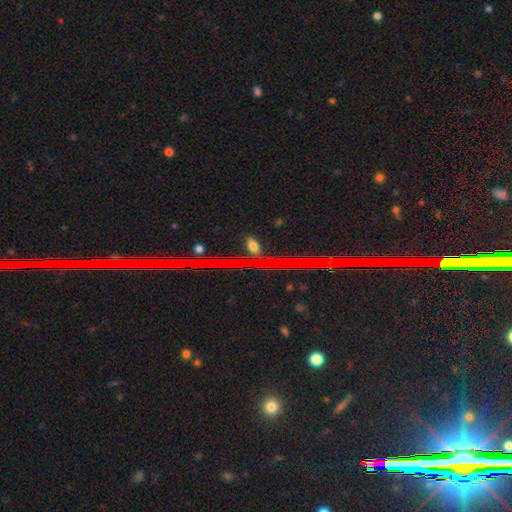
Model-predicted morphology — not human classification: Smooth or featured?
  - star or artifact: 82% *
  - featured or disk: 10%
  - smooth: 8%